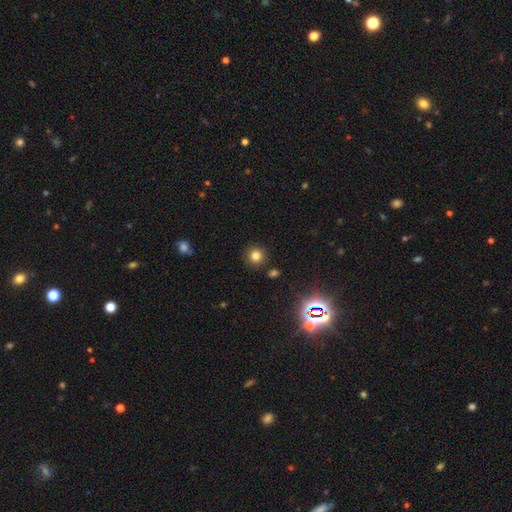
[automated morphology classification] smooth_or_featured: smooth (p=0.78) [alt: star or artifact p=0.16]
how_rounded: round (p=0.93) [alt: in between p=0.06]
merging: none (p=0.89) [alt: minor disturbance p=0.06]